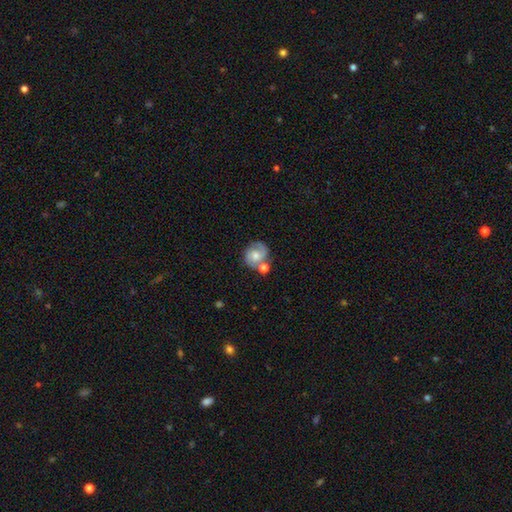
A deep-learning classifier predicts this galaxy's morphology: Q: Smooth or featured?
A: featured or disk (53%); runner-up: smooth (39%)
Q: Edge-on disk?
A: no (97%); runner-up: yes (3%)
Q: Bar?
A: no (71%); runner-up: weak (25%)
Q: Spiral arms?
A: yes (83%); runner-up: no (17%)
Q: Bulge size?
A: moderate (53%); runner-up: small (35%)
Q: Merging?
A: none (52%); runner-up: merger (22%)